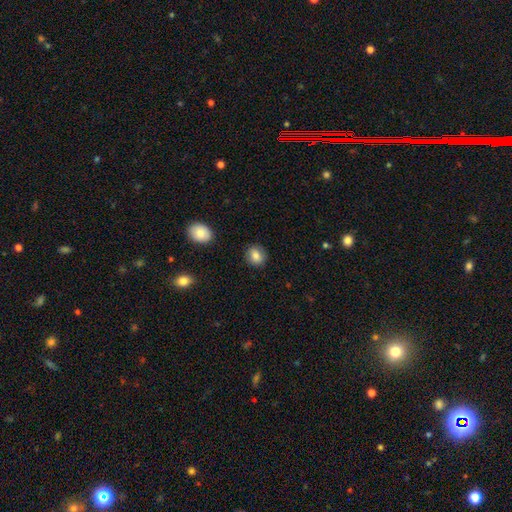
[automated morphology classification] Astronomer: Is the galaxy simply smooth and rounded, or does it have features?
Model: smooth — 82%.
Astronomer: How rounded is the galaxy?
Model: round — 75%.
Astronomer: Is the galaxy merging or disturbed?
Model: none — 87%.